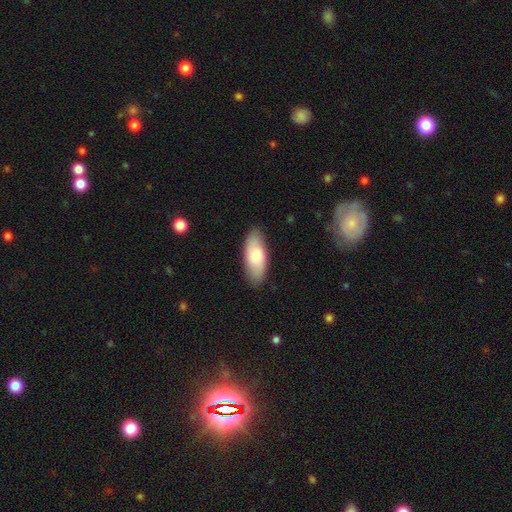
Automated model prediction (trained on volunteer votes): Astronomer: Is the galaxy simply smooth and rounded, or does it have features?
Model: smooth — 76%.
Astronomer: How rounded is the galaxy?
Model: in between — 84%.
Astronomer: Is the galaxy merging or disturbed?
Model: none — 85%.